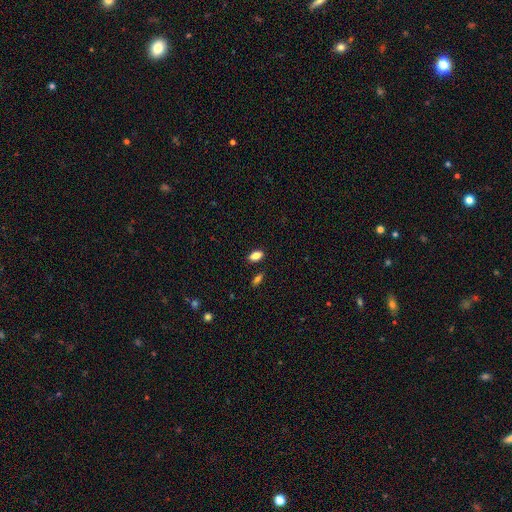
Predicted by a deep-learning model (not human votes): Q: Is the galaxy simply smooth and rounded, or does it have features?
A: smooth — 83%.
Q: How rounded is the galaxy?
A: in between — 89%.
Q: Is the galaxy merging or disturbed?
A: none — 85%.